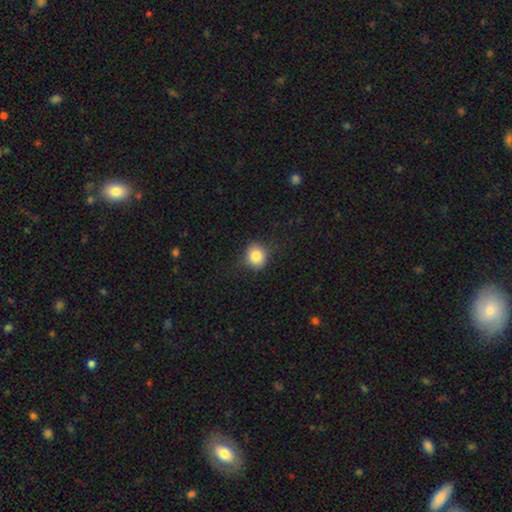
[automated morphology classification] This is clearly a smooth galaxy (83%). How rounded: clearly round (84%). Merging: clearly none (84%).